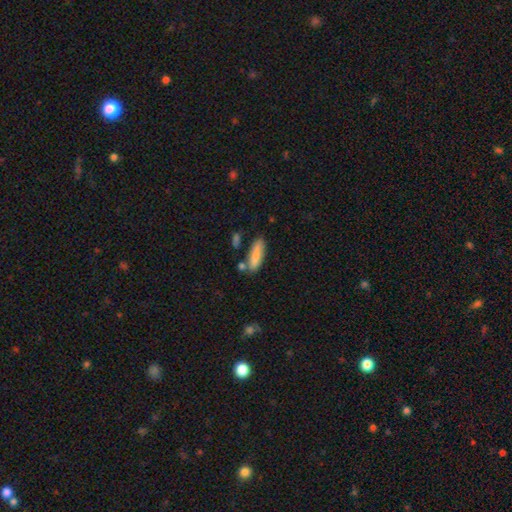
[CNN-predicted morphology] This appears to be a smooth galaxy with no disk features (83%) that is cigar-shaped (56%). Merging: none (68%).